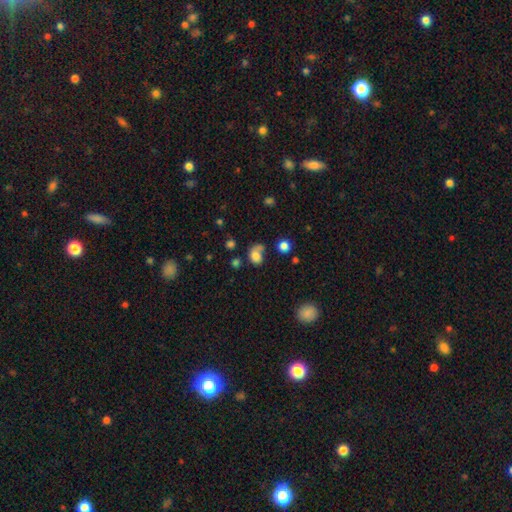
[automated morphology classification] smooth_or_featured: smooth (p=0.74) [alt: featured or disk p=0.15]
how_rounded: in between (p=0.57) [alt: round p=0.41]
merging: none (p=0.38) [alt: minor disturbance p=0.24]